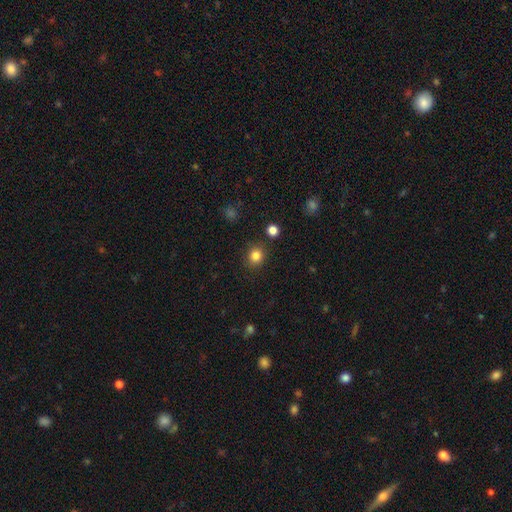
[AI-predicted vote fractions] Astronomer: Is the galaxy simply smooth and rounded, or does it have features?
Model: smooth — 83%.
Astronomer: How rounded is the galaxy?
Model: round — 83%.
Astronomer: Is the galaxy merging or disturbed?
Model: none — 86%.